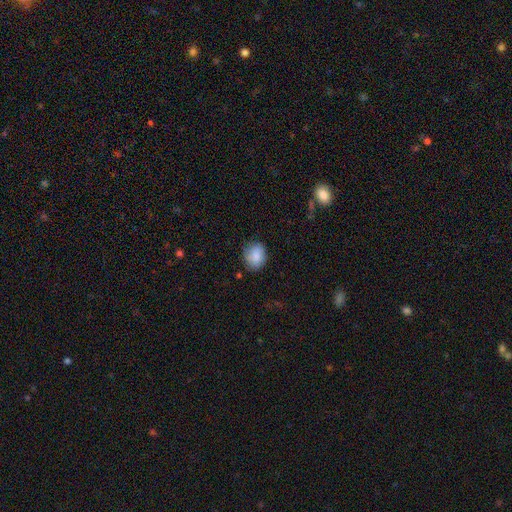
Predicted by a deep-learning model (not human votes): A smooth galaxy with no disk features (83%) that is round (52%).

Vote fractions:
- Smooth or featured? smooth: 83% / featured or disk: 10% / star or artifact: 7%
- How rounded? round: 52% / in between: 47% / cigar-shaped: 1%
- Merging? none: 71% / minor disturbance: 23% / major disturbance: 5% / merger: 2%